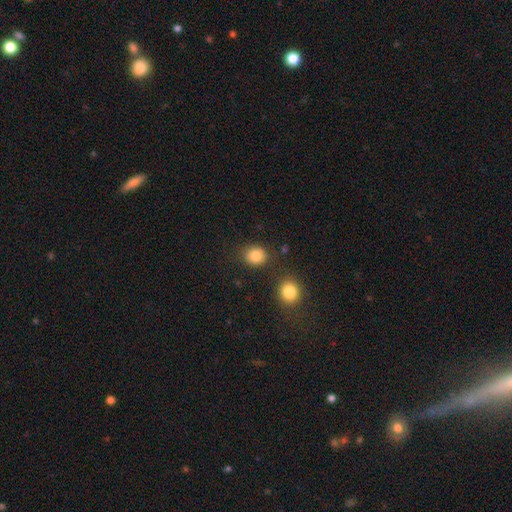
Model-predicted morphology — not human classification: A smooth galaxy with no disk features (84%) that is round (71%).

Vote fractions:
- Smooth or featured? smooth: 84% / star or artifact: 11% / featured or disk: 5%
- How rounded? round: 71% / in between: 28% / cigar-shaped: 1%
- Merging? none: 80% / minor disturbance: 10% / merger: 6% / major disturbance: 4%